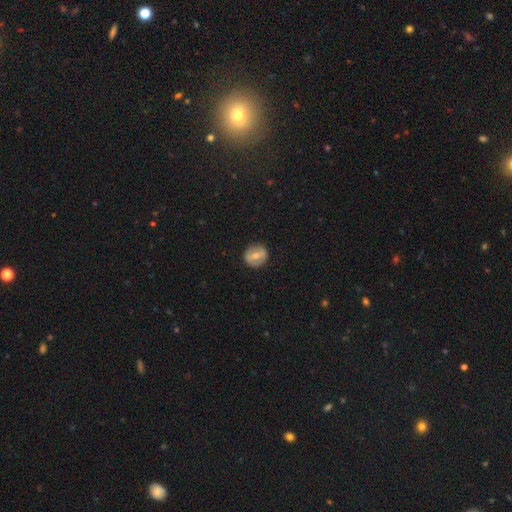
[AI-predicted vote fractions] Morphology: type=featured or disk (47%); merging=none (88%).